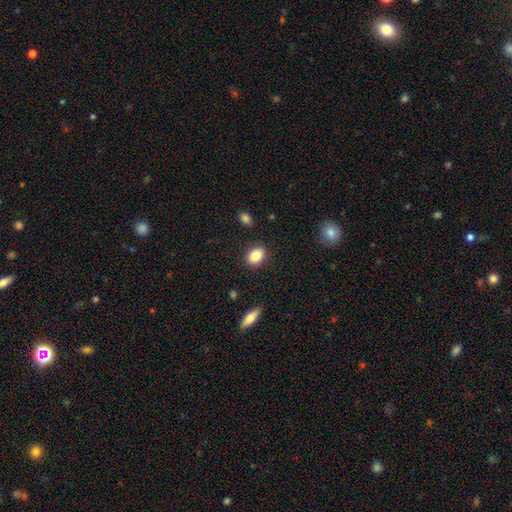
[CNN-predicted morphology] Smooth or featured? Predicted: smooth (p=0.85). How rounded? Predicted: in between (p=0.70). Merging? Predicted: none (p=0.88).